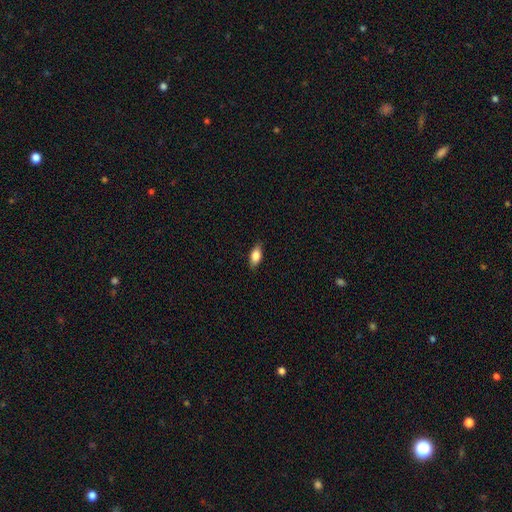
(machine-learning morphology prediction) This appears to be a smooth galaxy with no disk features (78%) that is in between round and cigar-shaped (84%). Merging: none (86%).